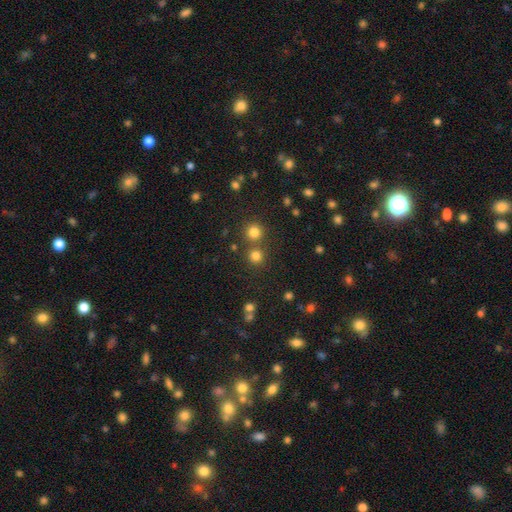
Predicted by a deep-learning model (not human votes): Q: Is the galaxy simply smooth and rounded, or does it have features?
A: smooth — 78%.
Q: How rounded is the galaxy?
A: round — 92%.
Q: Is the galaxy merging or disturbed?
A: none — 72%.